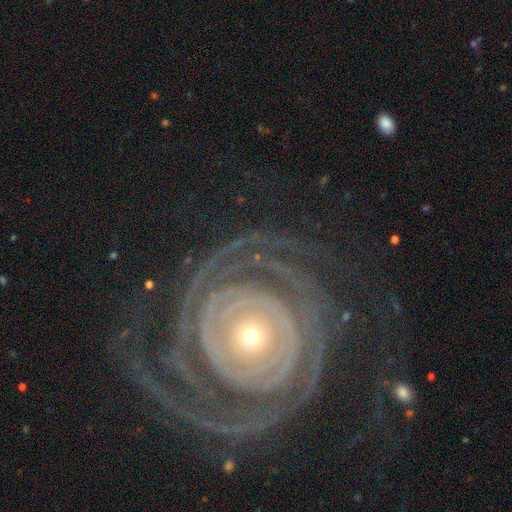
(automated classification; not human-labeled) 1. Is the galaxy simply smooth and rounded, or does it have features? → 88% featured or disk, 7% star or artifact, 5% smooth.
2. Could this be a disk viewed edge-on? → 97% no, 3% yes.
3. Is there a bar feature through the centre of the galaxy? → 78% no, 11% weak, 11% strong.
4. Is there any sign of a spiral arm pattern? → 96% yes, 4% no.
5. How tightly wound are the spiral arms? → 85% tight, 11% medium, 4% loose.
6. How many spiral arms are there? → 28% 2, 23% can't tell, 15% 3, 13% 4, 13% more than 4, 9% 1.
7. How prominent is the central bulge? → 69% small, 27% moderate, 2% large, 1% dominant, 1% none.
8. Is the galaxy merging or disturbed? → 72% none, 13% minor disturbance, 13% major disturbance, 2% merger.